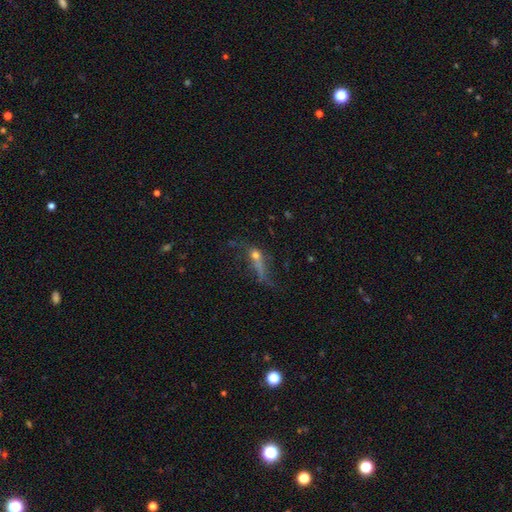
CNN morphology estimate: Overall: featured or disk (46%; smooth 30%). Merging: major disturbance (42%; none 32%).